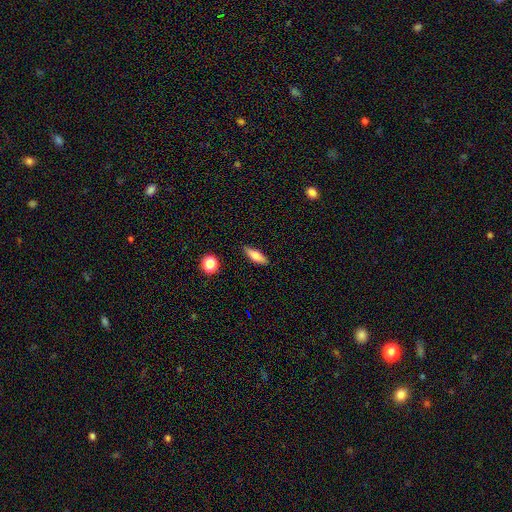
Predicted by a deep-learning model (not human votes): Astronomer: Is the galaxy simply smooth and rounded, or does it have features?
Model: smooth — 72%.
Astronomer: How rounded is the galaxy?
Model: in between — 48%, tied with cigar-shaped at 48%.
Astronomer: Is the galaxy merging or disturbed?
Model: none — 85%.